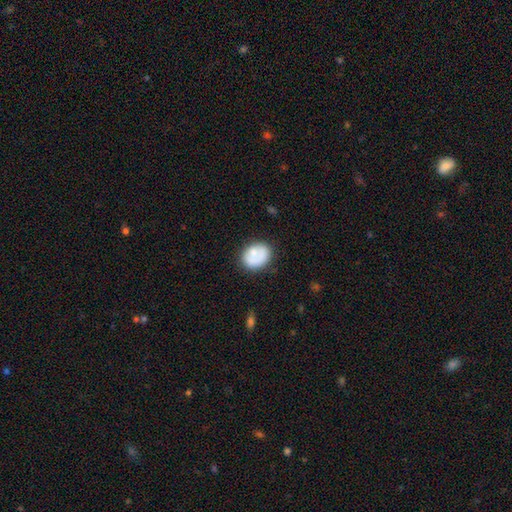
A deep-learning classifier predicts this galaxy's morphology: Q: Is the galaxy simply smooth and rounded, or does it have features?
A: smooth — 73%.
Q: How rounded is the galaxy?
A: in between — 57%.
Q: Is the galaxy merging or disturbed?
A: none — 64%.